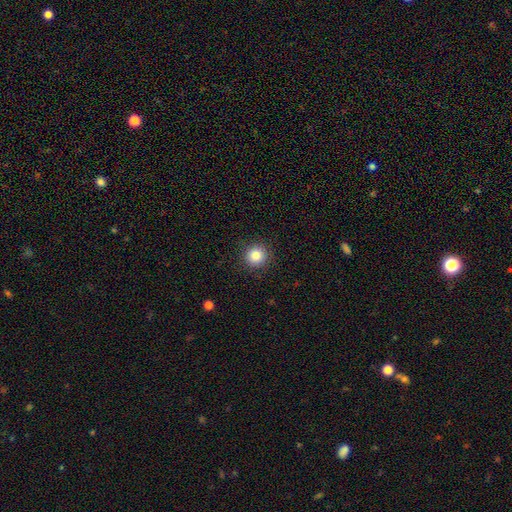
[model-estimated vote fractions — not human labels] Smooth or featured? Predicted: smooth (p=0.83). How rounded? Predicted: round (p=0.94). Merging? Predicted: none (p=0.91).